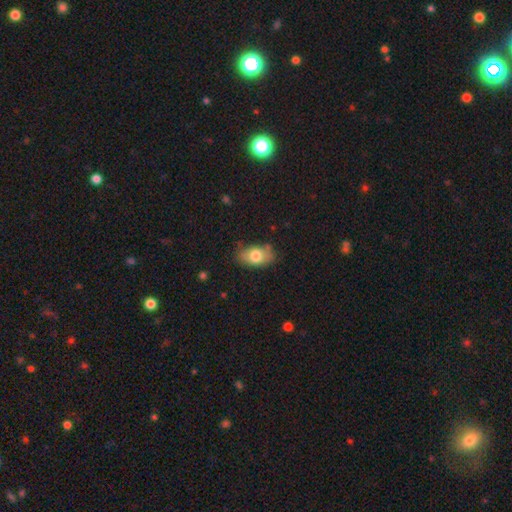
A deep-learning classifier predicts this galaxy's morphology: A smooth galaxy with no disk features (75%) that is in between round and cigar-shaped (89%).

Vote fractions:
- Smooth or featured? smooth: 75% / featured or disk: 17% / star or artifact: 7%
- How rounded? in between: 89% / round: 8% / cigar-shaped: 3%
- Merging? none: 74% / minor disturbance: 20% / major disturbance: 4% / merger: 2%